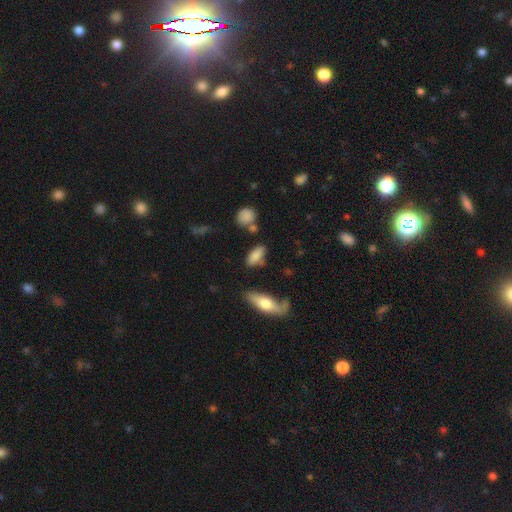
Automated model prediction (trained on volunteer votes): smooth-or-featured: smooth: 81% | featured or disk: 11% | star or artifact: 8%
  how-rounded: in between: 80% | cigar-shaped: 16% | round: 5%
  merging: none: 69% | minor disturbance: 16% | merger: 9% | major disturbance: 6%